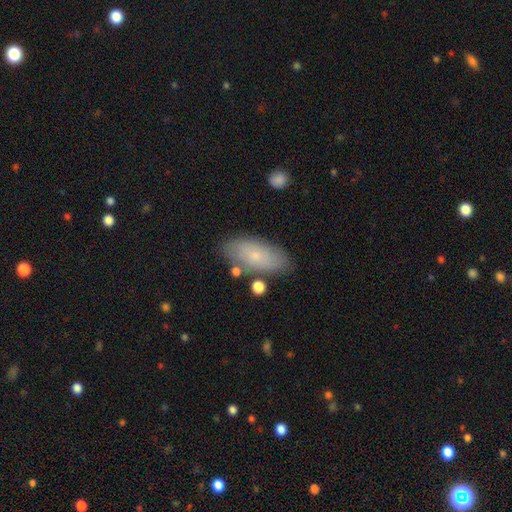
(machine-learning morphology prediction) Overall: smooth (66%; featured or disk 27%). How rounded: in between (87%). Merging: none (78%).